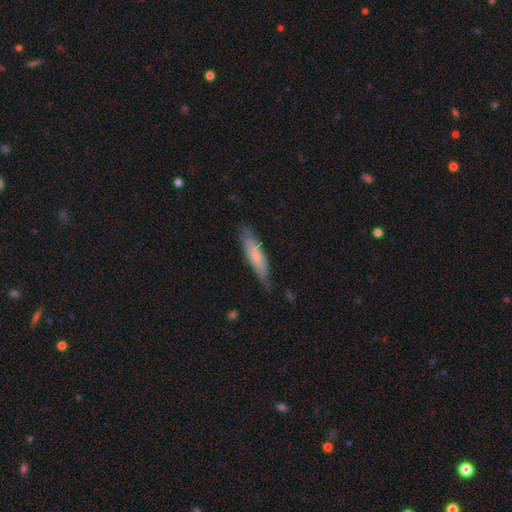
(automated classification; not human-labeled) A smooth galaxy with no disk features (63%) that is cigar-shaped (69%). Merging: none (65%).